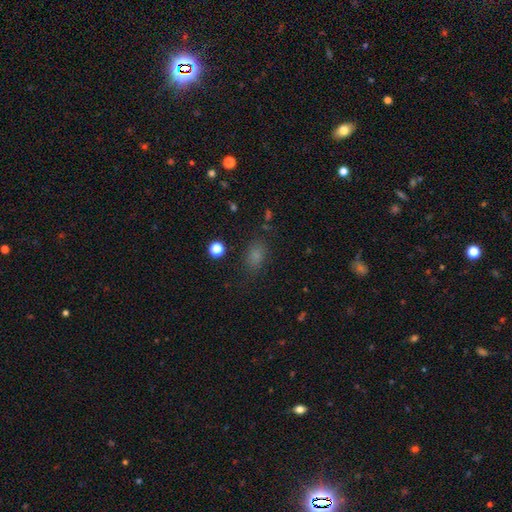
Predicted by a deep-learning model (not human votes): smooth 75%, star or artifact 19%, featured or disk 7%. Down the decision tree: how rounded — in between (78%); merging — none (77%).